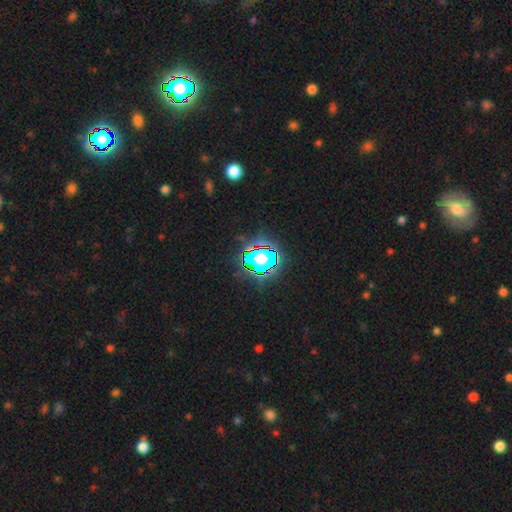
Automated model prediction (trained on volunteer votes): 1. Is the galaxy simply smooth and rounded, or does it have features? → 58% star or artifact, 26% smooth, 16% featured or disk.